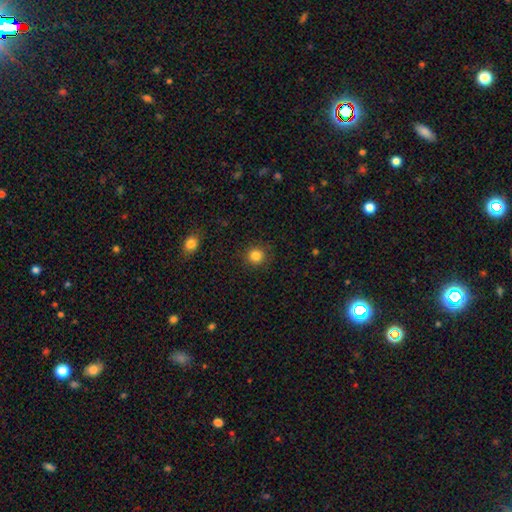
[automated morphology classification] smooth_or_featured: smooth (p=0.84) [alt: star or artifact p=0.12]
how_rounded: round (p=0.92) [alt: in between p=0.07]
merging: none (p=0.90) [alt: minor disturbance p=0.07]